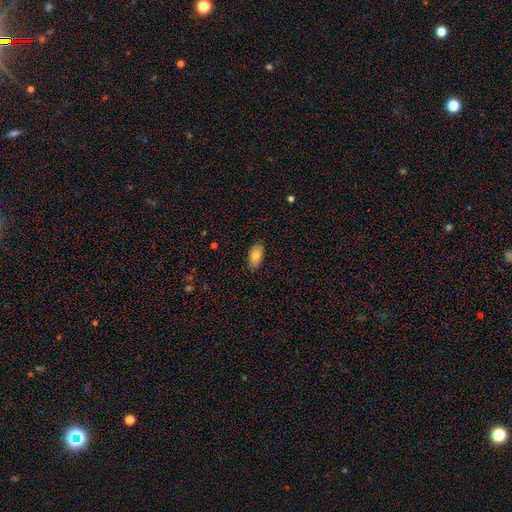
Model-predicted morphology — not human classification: A smooth galaxy with no disk features (79%) that is in between round and cigar-shaped (93%).

Vote fractions:
- Smooth or featured? smooth: 79% / featured or disk: 14% / star or artifact: 7%
- How rounded? in between: 93% / round: 4% / cigar-shaped: 3%
- Merging? none: 82% / minor disturbance: 14% / major disturbance: 2% / merger: 1%